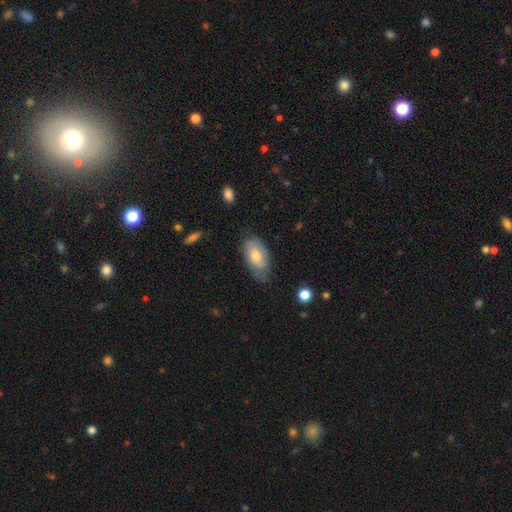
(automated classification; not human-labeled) This is likely a smooth galaxy (64%). How rounded: clearly in between (93%). Merging: likely none (64%).